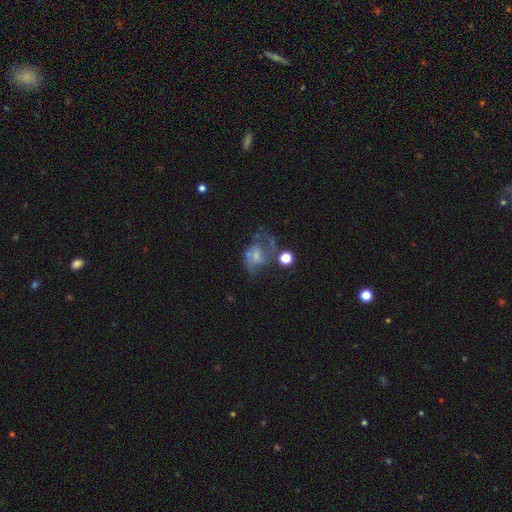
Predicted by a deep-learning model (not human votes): Morphology: type=featured or disk (68%); edge-on=no (97%); bar=no (51%); spiral arms=yes (85%); winding=medium (46%); arm count=2 (82%); bulge=small (45%); merging=none (41%).